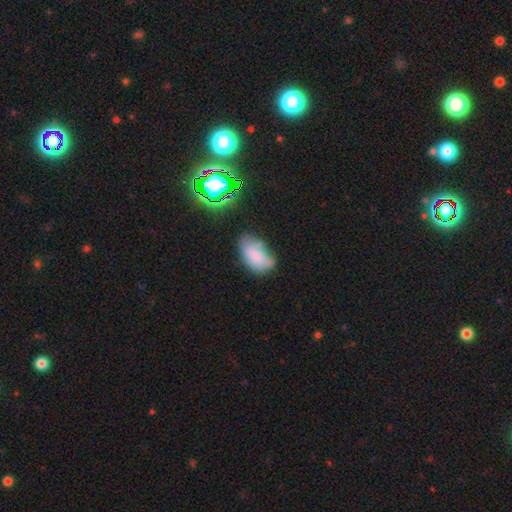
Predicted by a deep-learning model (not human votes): A smooth galaxy with no disk features (75%) that is in between round and cigar-shaped (93%).

Vote fractions:
- Smooth or featured? smooth: 75% / featured or disk: 13% / star or artifact: 11%
- How rounded? in between: 93% / round: 5% / cigar-shaped: 2%
- Merging? none: 46% / minor disturbance: 32% / major disturbance: 12% / merger: 9%